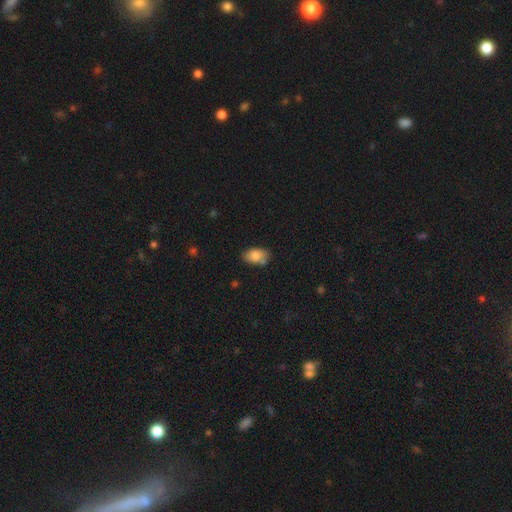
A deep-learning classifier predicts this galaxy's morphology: A smooth galaxy with no disk features (83%) that is in between round and cigar-shaped (91%). Merging: none (70%).